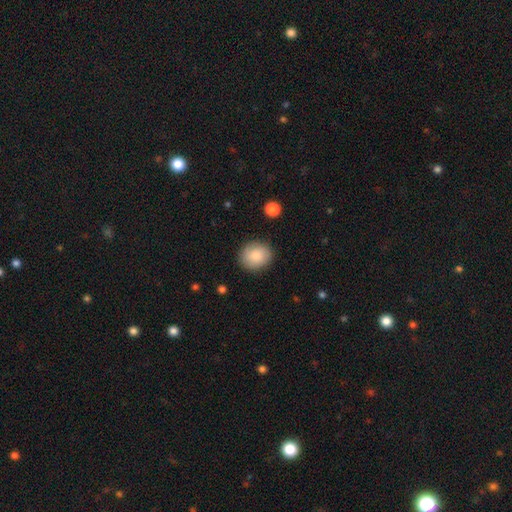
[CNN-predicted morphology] Smooth or featured? smooth (84%)
How rounded? round (72%)
Merging? none (87%)